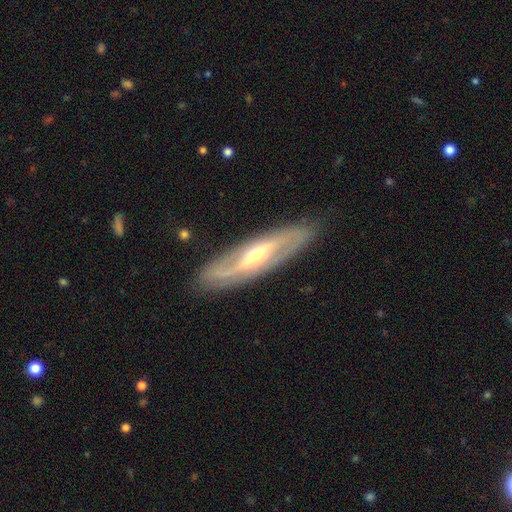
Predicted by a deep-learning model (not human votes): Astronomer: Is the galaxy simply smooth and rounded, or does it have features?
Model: featured or disk — 81%.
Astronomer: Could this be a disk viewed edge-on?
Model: no — 73%.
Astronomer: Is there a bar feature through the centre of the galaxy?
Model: weak — 37% (runner-up: strong, 36%).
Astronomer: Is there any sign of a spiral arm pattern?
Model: yes — 85%.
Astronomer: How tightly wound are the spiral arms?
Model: medium — 39% (runner-up: loose, 31%).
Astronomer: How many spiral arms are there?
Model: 2 — 79%.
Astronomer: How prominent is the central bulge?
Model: small — 48%, tied with moderate at 48%.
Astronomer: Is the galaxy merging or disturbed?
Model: none — 84%.